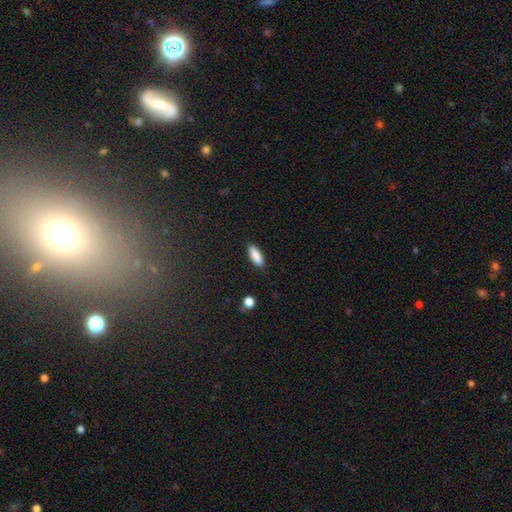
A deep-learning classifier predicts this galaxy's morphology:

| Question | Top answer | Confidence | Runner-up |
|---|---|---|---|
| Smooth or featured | smooth | 87% | featured or disk (6%) |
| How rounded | in between | 64% | cigar-shaped (34%) |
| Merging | none | 88% | minor disturbance (9%) |